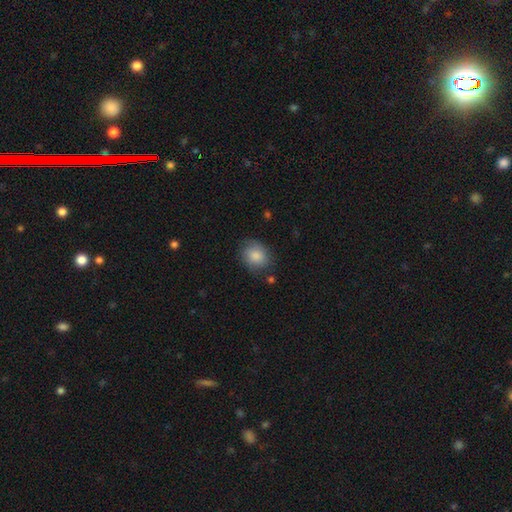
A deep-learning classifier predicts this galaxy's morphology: Smooth or featured? smooth (86%)
How rounded? round (53%)
Merging? none (76%)